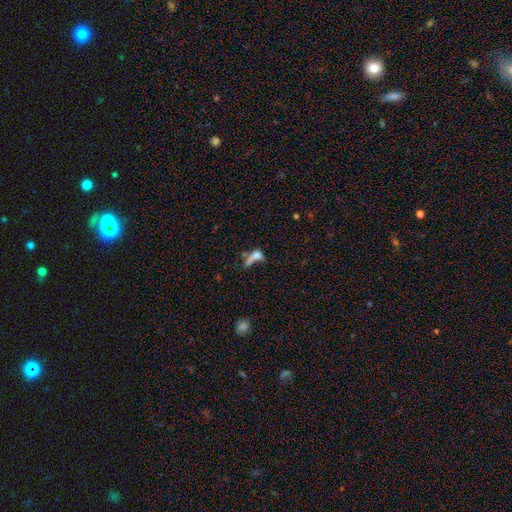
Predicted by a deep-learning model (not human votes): Morphology: type=smooth (58%); roundness=in between (58%); merging=merger (34%).